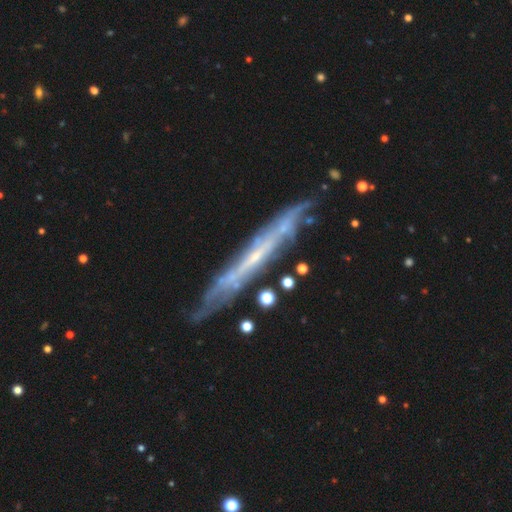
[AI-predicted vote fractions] smooth-or-featured: featured or disk: 78% | smooth: 15% | star or artifact: 7%
  disk-edge-on: yes: 66% | no: 34%
    edge-on-bulge: none: 68% | rounded: 28% | boxy: 4%
  merging: none: 76% | minor disturbance: 16% | major disturbance: 4% | merger: 3%